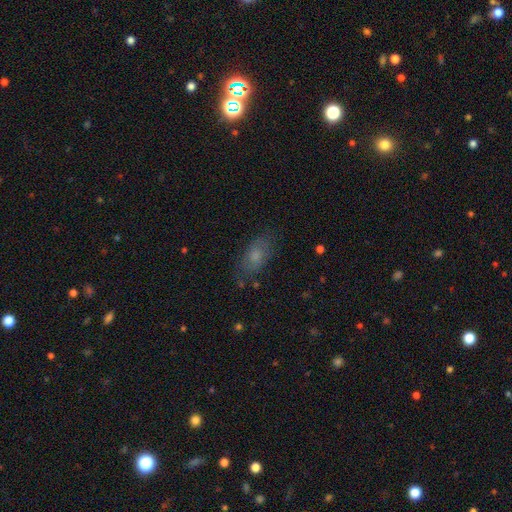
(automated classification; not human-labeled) This appears to be a smooth galaxy with no disk features (62%) that is in between round and cigar-shaped (85%). Merging: none (74%).